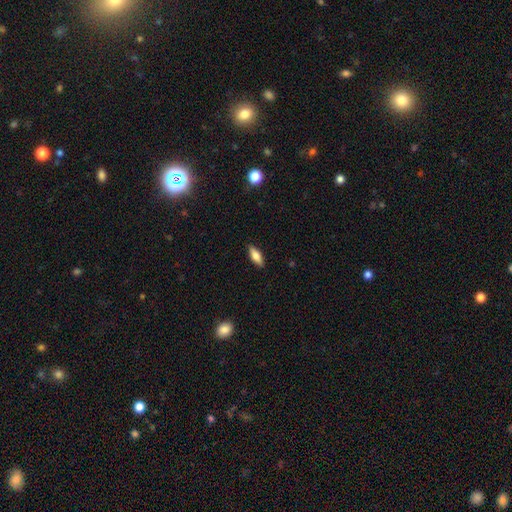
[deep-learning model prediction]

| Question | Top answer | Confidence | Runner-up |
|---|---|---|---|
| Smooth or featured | smooth | 69% | featured or disk (24%) |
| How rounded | in between | 67% | cigar-shaped (31%) |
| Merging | none | 88% | minor disturbance (9%) |